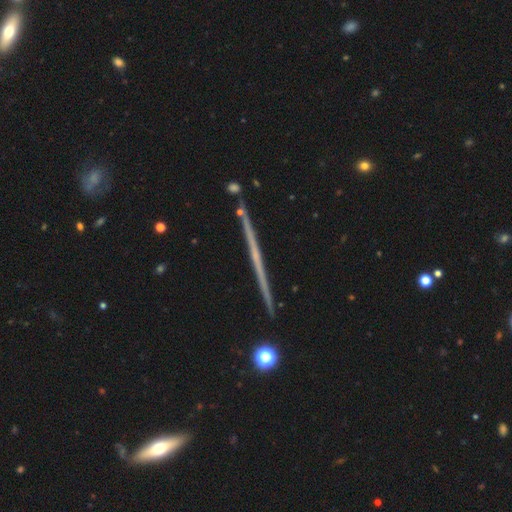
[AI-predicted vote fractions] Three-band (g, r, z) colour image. It shows a featured or disk galaxy (75%) viewed edge-on (98%) with no central bulge (74%). Merging: none (91%).